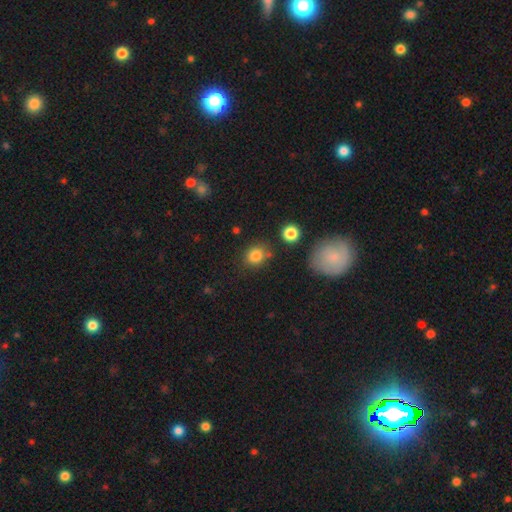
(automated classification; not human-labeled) Q: Smooth or featured?
A: smooth (82%); runner-up: star or artifact (12%)
Q: How rounded?
A: round (65%); runner-up: in between (34%)
Q: Merging?
A: none (75%); runner-up: minor disturbance (14%)